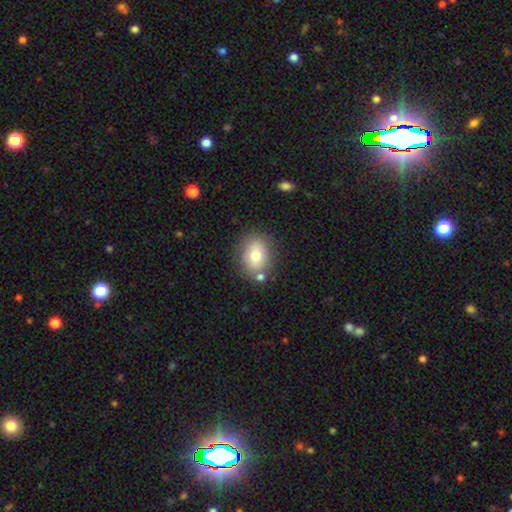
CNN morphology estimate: This is likely a smooth galaxy (76%). How rounded: possibly in between (59%). Merging: likely none (76%).